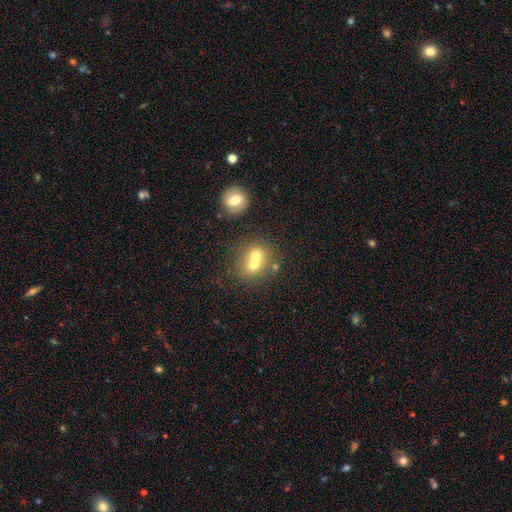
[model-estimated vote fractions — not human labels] smooth-or-featured: smooth: 64% | featured or disk: 24% | star or artifact: 12%
  how-rounded: round: 77% | in between: 22% | cigar-shaped: 1%
  merging: merger: 58% | none: 33% | minor disturbance: 6% | major disturbance: 3%